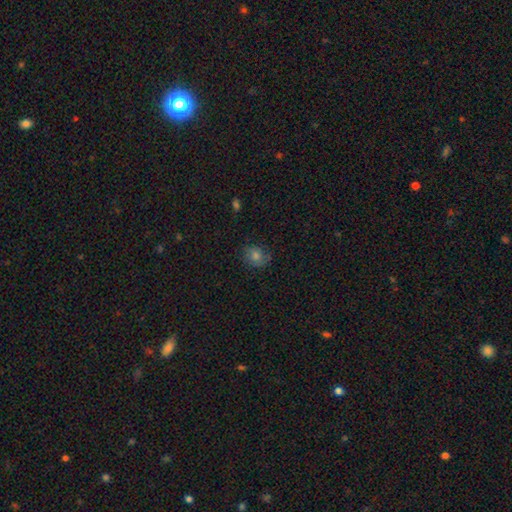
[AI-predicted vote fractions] Smooth or featured? smooth (63%)
How rounded? round (73%)
Merging? none (77%)